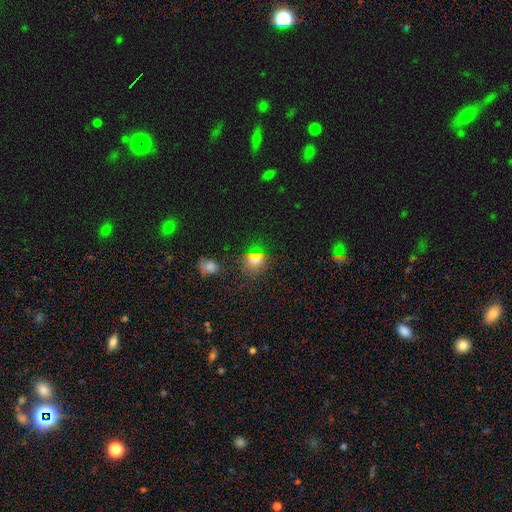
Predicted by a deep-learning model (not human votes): Smooth or featured? Predicted: smooth (p=0.52). How rounded? Predicted: round (p=0.75). Merging? Predicted: none (p=0.83).